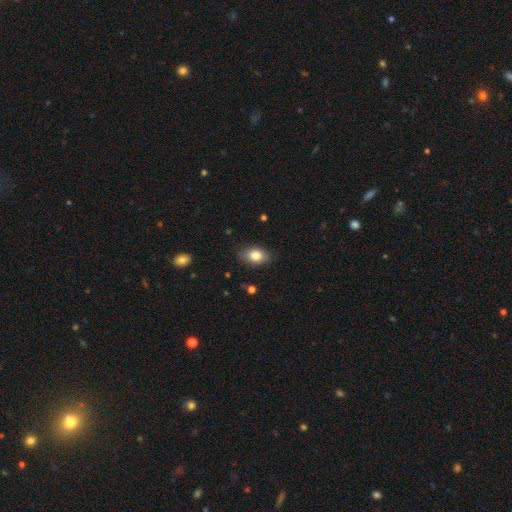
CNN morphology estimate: Smooth or featured? smooth (82%)
How rounded? in between (84%)
Merging? none (83%)